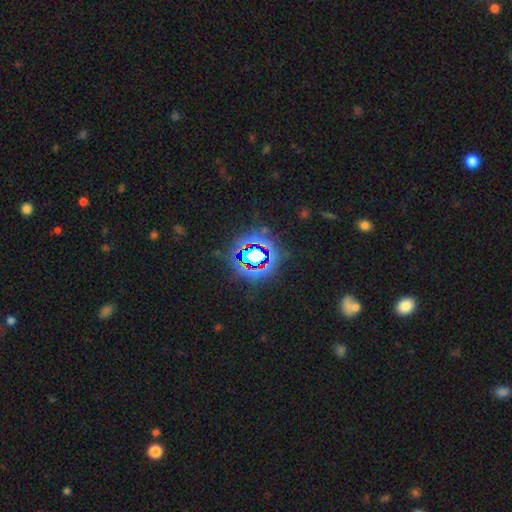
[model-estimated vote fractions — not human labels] A star or artifact, not a galaxy (74%).

Vote fractions:
- Smooth or featured? star or artifact: 74% / smooth: 15% / featured or disk: 11%